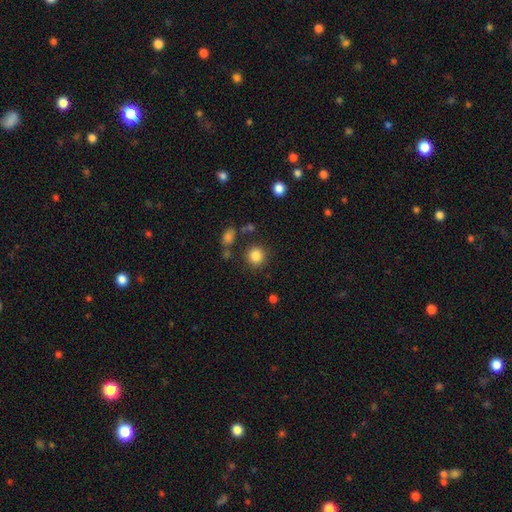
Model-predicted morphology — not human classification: smooth 85%, star or artifact 10%, featured or disk 5%. Down the decision tree: how rounded — round (91%); merging — none (83%).